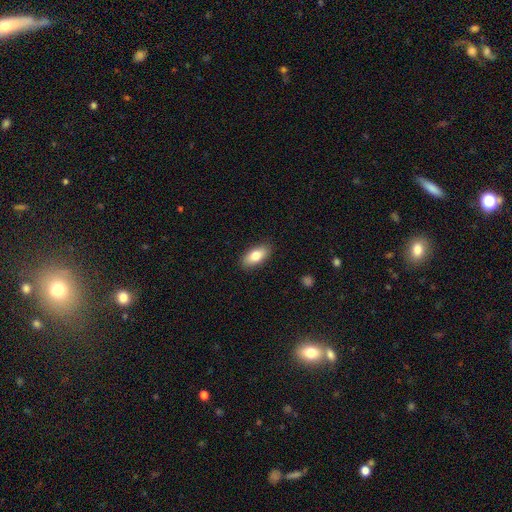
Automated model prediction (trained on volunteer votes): Smooth or featured?
  - smooth: 80% *
  - featured or disk: 13%
  - star or artifact: 7%
How rounded?
  - in between: 88% *
  - cigar-shaped: 8%
  - round: 3%
Merging?
  - none: 88% *
  - minor disturbance: 9%
  - major disturbance: 2%
  - merger: 1%